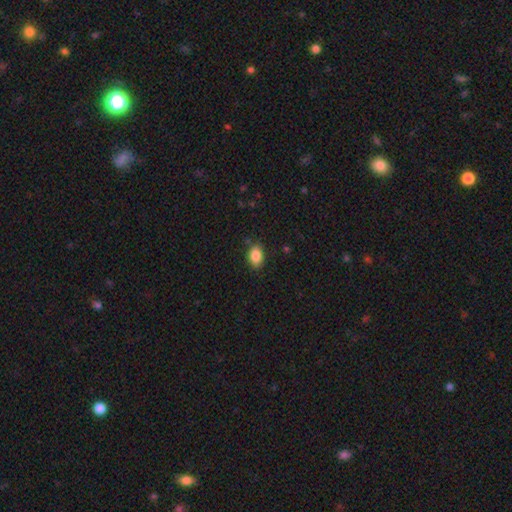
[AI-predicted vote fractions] smooth 87%, star or artifact 8%, featured or disk 5%. Down the decision tree: how rounded — in between (85%); merging — none (85%).